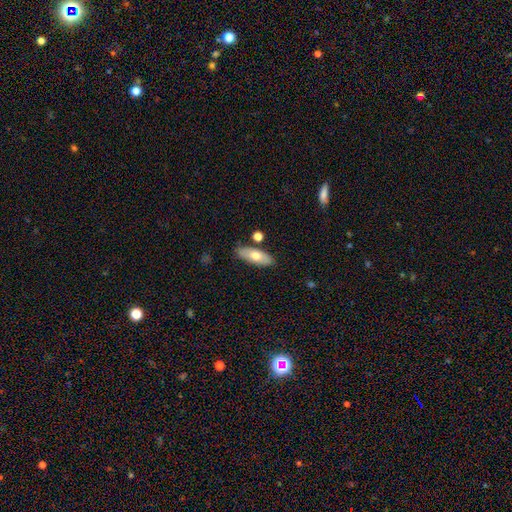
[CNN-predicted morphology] A smooth galaxy with no disk features (67%) that is in between round and cigar-shaped (74%). Merging: none (80%).